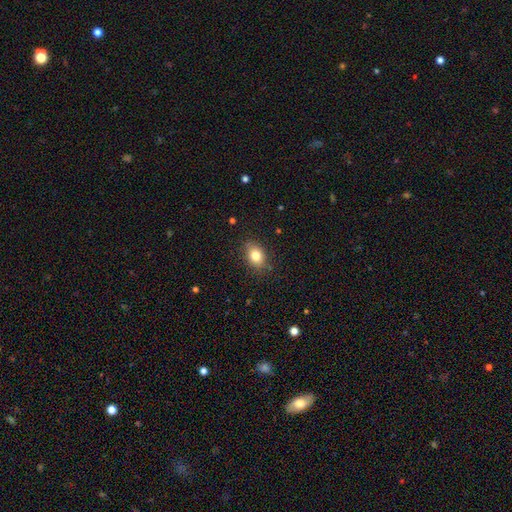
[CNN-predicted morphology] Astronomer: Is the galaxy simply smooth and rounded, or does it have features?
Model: smooth — 82%.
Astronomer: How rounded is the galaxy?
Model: in between — 69%.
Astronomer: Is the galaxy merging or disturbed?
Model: none — 83%.